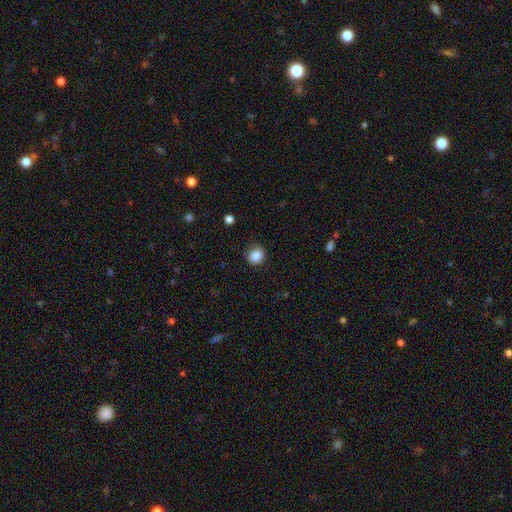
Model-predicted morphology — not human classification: Smooth or featured?
  - smooth: 86% *
  - star or artifact: 10%
  - featured or disk: 4%
How rounded?
  - round: 78% *
  - in between: 21%
  - cigar-shaped: 1%
Merging?
  - none: 84% *
  - minor disturbance: 12%
  - major disturbance: 3%
  - merger: 1%